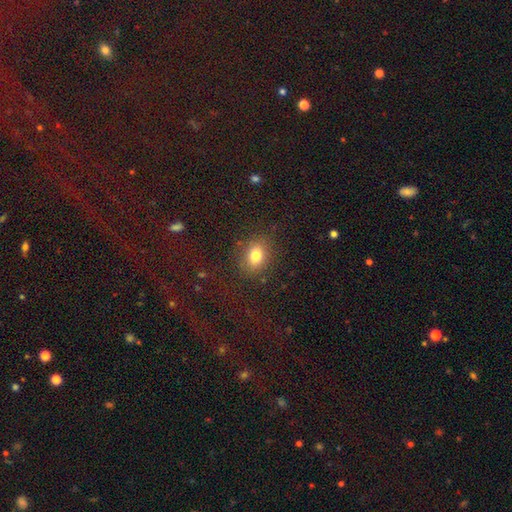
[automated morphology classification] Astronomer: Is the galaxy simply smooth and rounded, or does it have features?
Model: smooth — 77%.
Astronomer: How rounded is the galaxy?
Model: in between — 59% (runner-up: round, 40%).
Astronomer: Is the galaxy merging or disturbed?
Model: none — 81%.